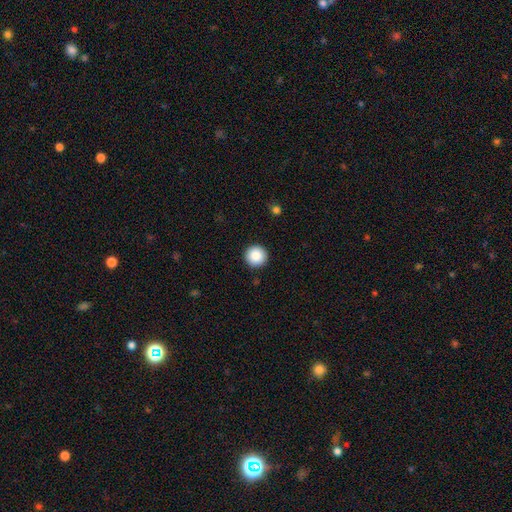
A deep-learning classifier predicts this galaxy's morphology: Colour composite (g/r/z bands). It shows a smooth galaxy with no disk features (88%) that is round (97%). Merging: none (93%).